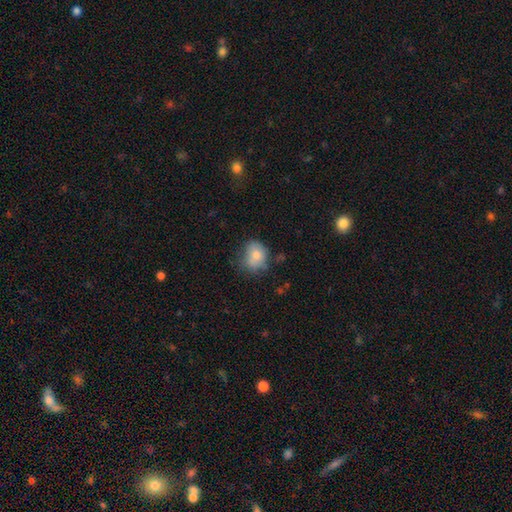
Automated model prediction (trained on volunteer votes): This appears to be a smooth galaxy with no disk features (76%) that is round (53%). Merging: none (50%).